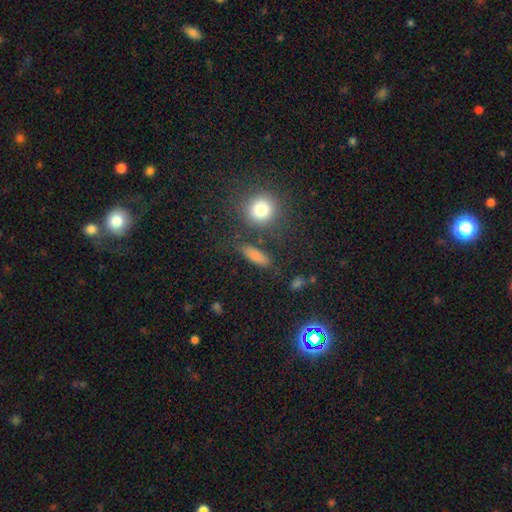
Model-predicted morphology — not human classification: Smooth or featured?
  - smooth: 78% *
  - star or artifact: 13%
  - featured or disk: 8%
How rounded?
  - in between: 51% *
  - cigar-shaped: 36%
  - round: 12%
Merging?
  - none: 77% *
  - minor disturbance: 13%
  - major disturbance: 5%
  - merger: 5%